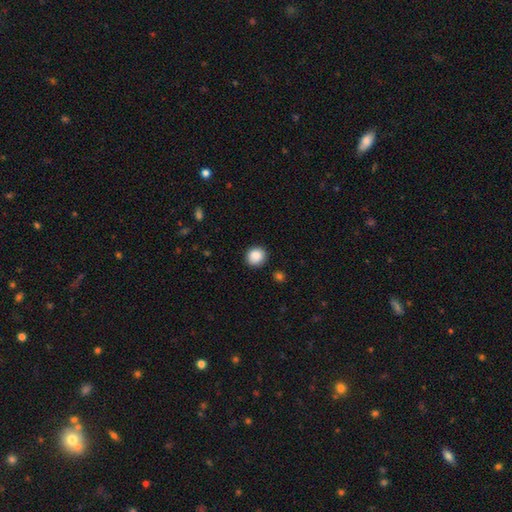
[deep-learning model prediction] A smooth galaxy with no disk features (88%) that is round (88%).

Vote fractions:
- Smooth or featured? smooth: 88% / star or artifact: 9% / featured or disk: 4%
- How rounded? round: 88% / in between: 11% / cigar-shaped: 1%
- Merging? none: 88% / minor disturbance: 8% / major disturbance: 2% / merger: 2%